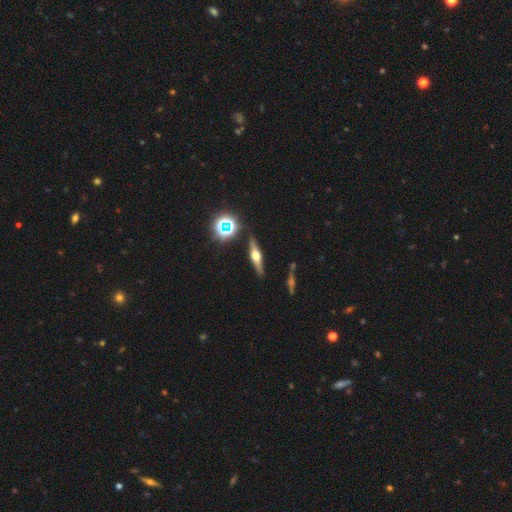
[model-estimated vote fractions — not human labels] featured or disk 64%, smooth 23%, star or artifact 12%. Down the decision tree: edge-on disk — yes (95%); edge-on bulge — rounded (94%); merging — none (88%).